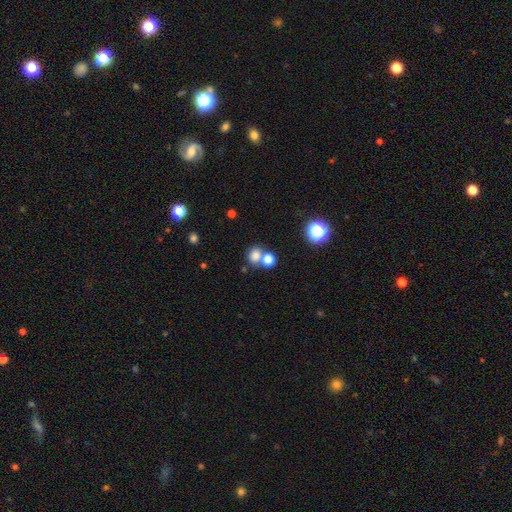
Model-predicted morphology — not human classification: A smooth galaxy with no disk features (77%) that is round (68%).

Vote fractions:
- Smooth or featured? smooth: 77% / star or artifact: 15% / featured or disk: 8%
- How rounded? round: 68% / in between: 31% / cigar-shaped: 1%
- Merging? none: 52% / merger: 36% / minor disturbance: 8% / major disturbance: 4%